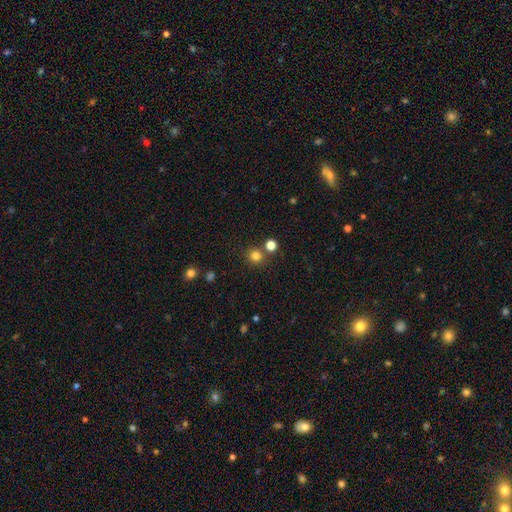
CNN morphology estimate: Q: Smooth or featured?
A: smooth (79%); runner-up: star or artifact (16%)
Q: How rounded?
A: round (91%); runner-up: in between (8%)
Q: Merging?
A: none (76%); runner-up: merger (14%)